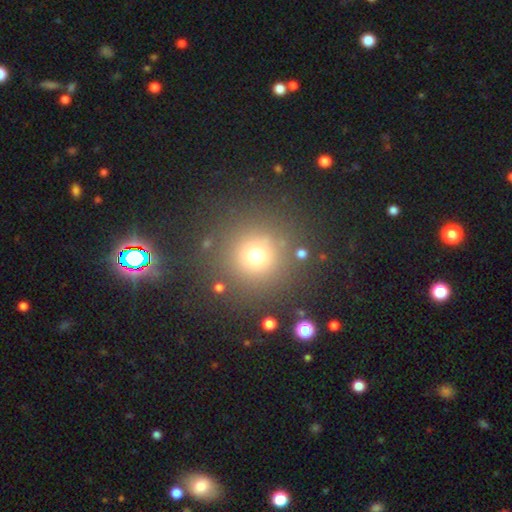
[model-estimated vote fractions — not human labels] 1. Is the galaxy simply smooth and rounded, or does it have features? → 69% smooth, 22% star or artifact, 9% featured or disk.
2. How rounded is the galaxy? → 94% round, 5% in between, 1% cigar-shaped.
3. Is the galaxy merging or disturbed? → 84% none, 8% minor disturbance, 4% major disturbance, 4% merger.